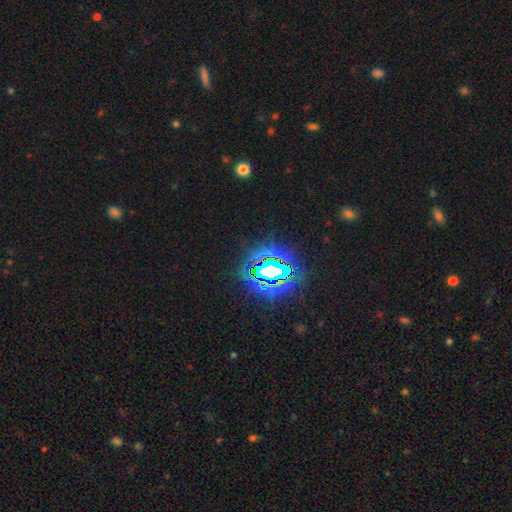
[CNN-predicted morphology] smooth_or_featured: star or artifact (p=0.83) [alt: smooth p=0.11]